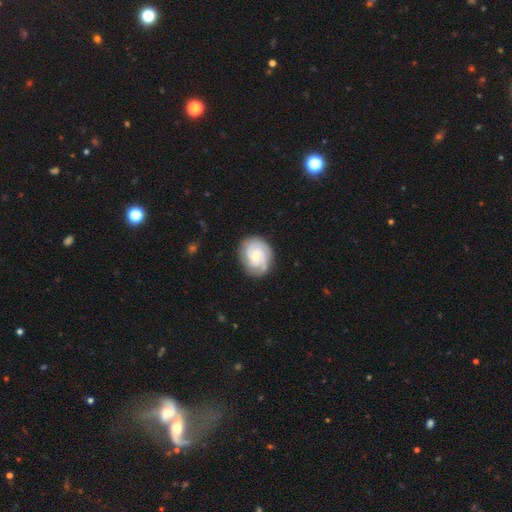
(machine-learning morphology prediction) smooth_or_featured: featured or disk (p=0.81) [alt: smooth p=0.14]
disk_edge_on: no (p=0.98) [alt: yes p=0.02]
bar: no (p=0.67) [alt: weak p=0.29]
has_spiral_arms: yes (p=0.96) [alt: no p=0.04]
spiral_winding: tight (p=0.67) [alt: medium p=0.28]
spiral_arm_count: 3 (p=0.36) [alt: 2 p=0.28]
bulge_size: small (p=0.57) [alt: moderate p=0.39]
merging: none (p=0.81) [alt: minor disturbance p=0.14]